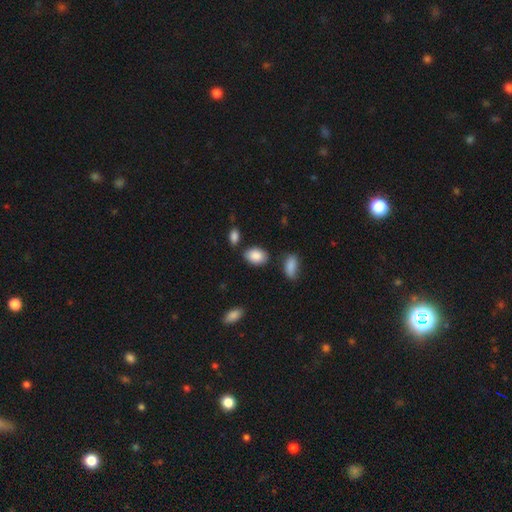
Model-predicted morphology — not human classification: smooth-or-featured: smooth: 88% | star or artifact: 7% | featured or disk: 5%
  how-rounded: in between: 86% | round: 13% | cigar-shaped: 1%
  merging: none: 78% | minor disturbance: 13% | merger: 6% | major disturbance: 3%